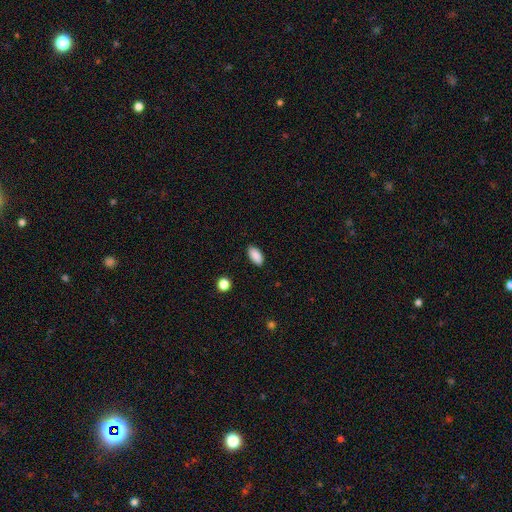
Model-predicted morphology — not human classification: Smooth or featured? Predicted: smooth (p=0.89). How rounded? Predicted: in between (p=0.93). Merging? Predicted: none (p=0.88).